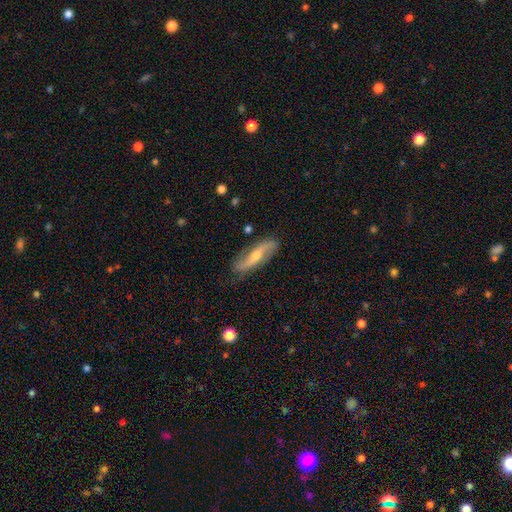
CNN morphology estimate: Overall: featured or disk (74%). Edge-on disk: no (76%). Bar: no (43%; weak 33%). Spiral arms: yes (91%). Spiral arm count: 2 (91%). Spiral winding: loose (74%). Bulge size: moderate (51%; small 42%). Merging: none (79%).